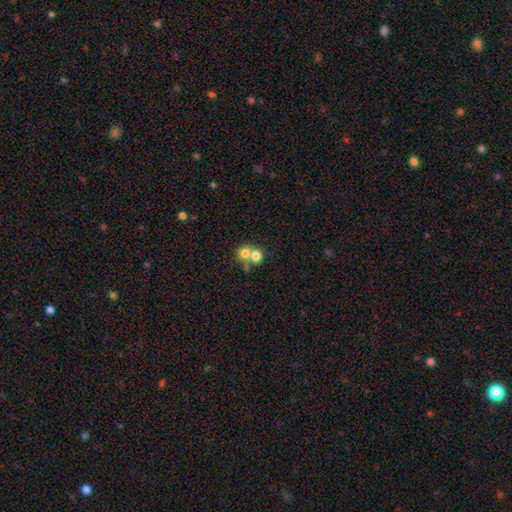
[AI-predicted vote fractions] smooth-or-featured: smooth: 74% | featured or disk: 15% | star or artifact: 11%
  how-rounded: round: 79% | in between: 20% | cigar-shaped: 1%
  merging: merger: 61% | none: 32% | minor disturbance: 5% | major disturbance: 3%